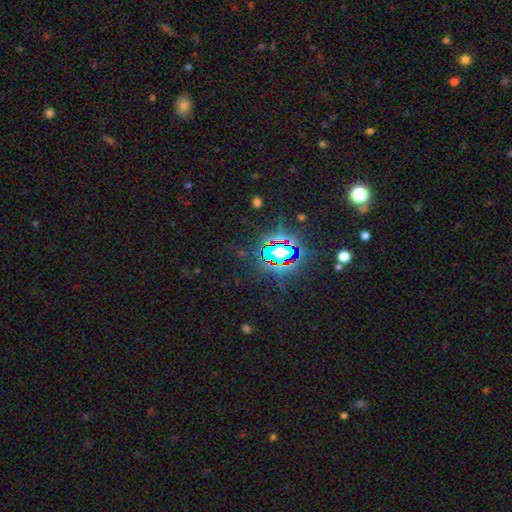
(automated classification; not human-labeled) Morphology: type=star or artifact (83%).